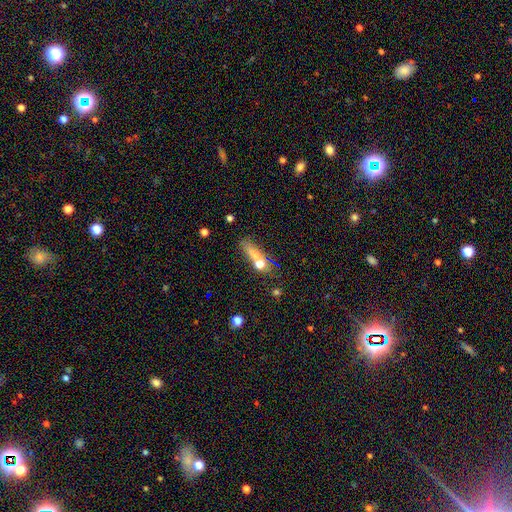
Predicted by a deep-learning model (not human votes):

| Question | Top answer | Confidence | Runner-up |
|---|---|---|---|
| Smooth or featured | smooth | 59% | featured or disk (21%) |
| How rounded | cigar-shaped | 46% | in between (37%) |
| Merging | none | 53% | merger (20%) |